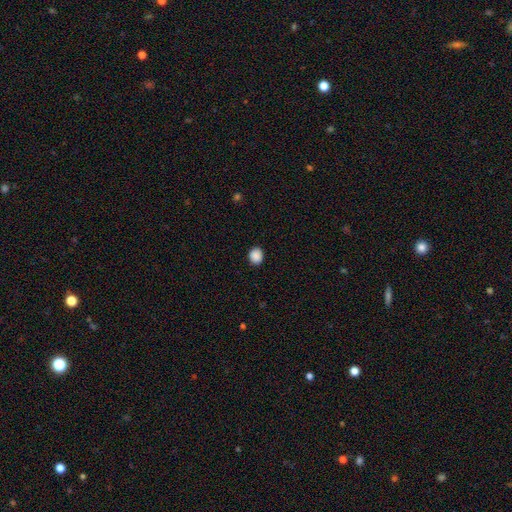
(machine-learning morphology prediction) Q: Smooth or featured?
A: smooth (89%); runner-up: star or artifact (8%)
Q: How rounded?
A: round (65%); runner-up: in between (34%)
Q: Merging?
A: none (91%); runner-up: minor disturbance (6%)